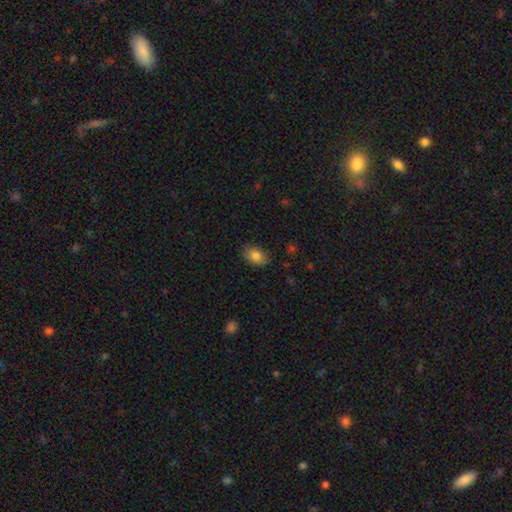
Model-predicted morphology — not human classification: Smooth or featured? smooth (84%)
How rounded? in between (84%)
Merging? none (83%)